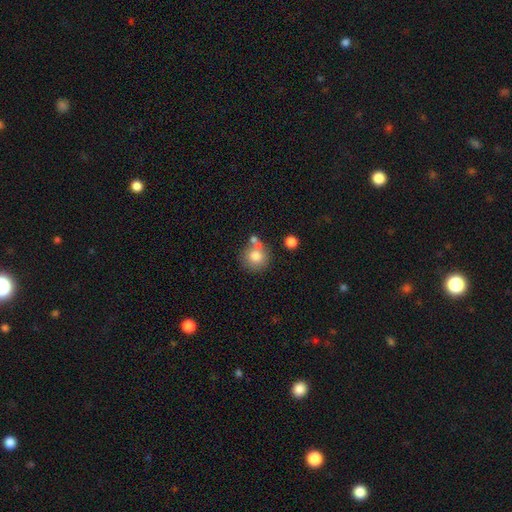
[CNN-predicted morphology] The model was most divided on "merging": none: 60%, merger: 22%, minor disturbance: 13%, major disturbance: 5%. More confident: how rounded — round (90%); smooth or featured — smooth (77%).